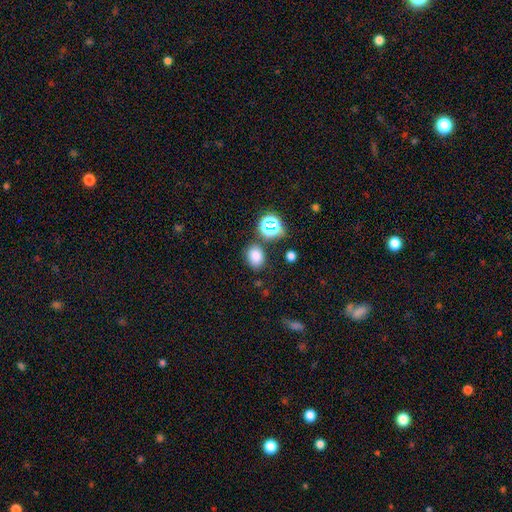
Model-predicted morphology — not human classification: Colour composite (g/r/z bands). It shows a smooth galaxy with no disk features (76%) that is in between round and cigar-shaped (62%). Merging: none (77%).